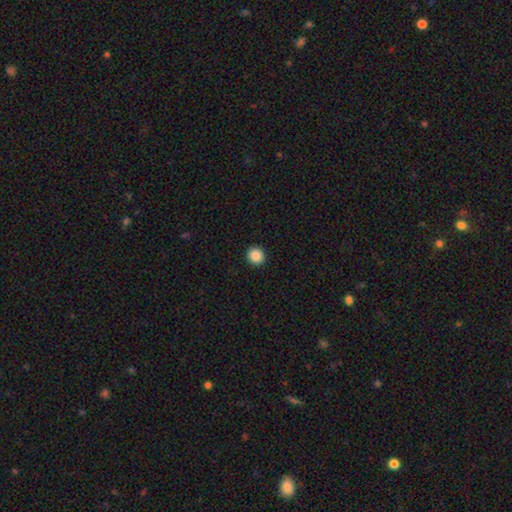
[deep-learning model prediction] A smooth galaxy with no disk features (88%) that is round (91%). Merging: none (93%).